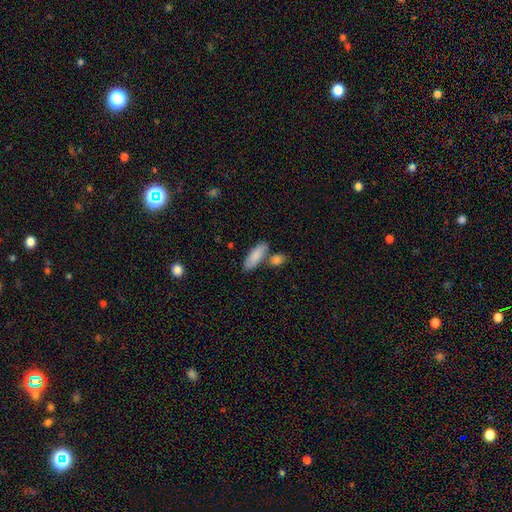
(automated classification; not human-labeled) Q: Smooth or featured?
A: smooth (85%); runner-up: featured or disk (9%)
Q: How rounded?
A: in between (68%); runner-up: cigar-shaped (29%)
Q: Merging?
A: none (67%); runner-up: merger (18%)